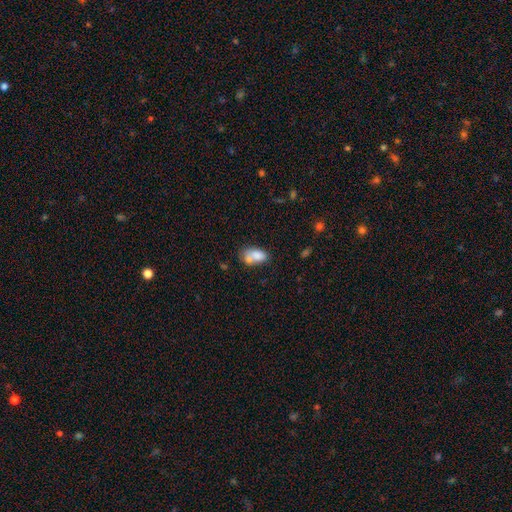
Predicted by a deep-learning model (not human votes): A smooth galaxy with no disk features (76%) that is in between round and cigar-shaped (89%).

Vote fractions:
- Smooth or featured? smooth: 76% / featured or disk: 15% / star or artifact: 9%
- How rounded? in between: 89% / round: 9% / cigar-shaped: 2%
- Merging? merger: 39% / none: 34% / minor disturbance: 18% / major disturbance: 8%